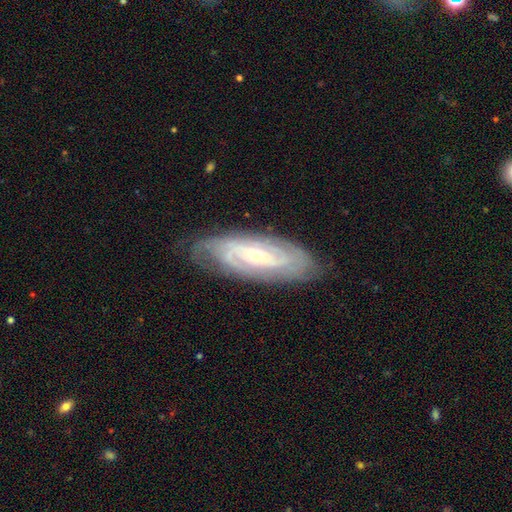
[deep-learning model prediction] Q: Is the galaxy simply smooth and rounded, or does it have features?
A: featured or disk — 85%.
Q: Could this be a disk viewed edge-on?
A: no — 88%.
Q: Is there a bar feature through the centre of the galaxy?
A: no — 39%.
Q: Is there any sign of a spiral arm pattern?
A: yes — 95%.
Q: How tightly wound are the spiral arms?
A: tight — 65%.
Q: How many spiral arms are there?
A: can't tell — 37%.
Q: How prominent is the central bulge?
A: small — 55%.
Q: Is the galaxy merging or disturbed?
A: none — 79%.